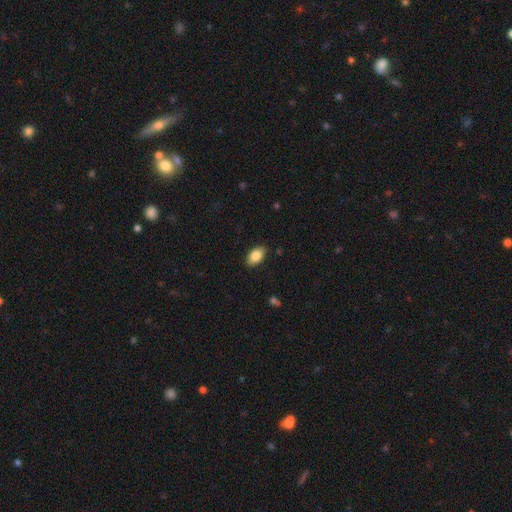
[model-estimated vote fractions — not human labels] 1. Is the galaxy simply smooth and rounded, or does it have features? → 85% smooth, 8% featured or disk, 7% star or artifact.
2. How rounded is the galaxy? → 93% in between, 5% round, 2% cigar-shaped.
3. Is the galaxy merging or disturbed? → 88% none, 9% minor disturbance, 2% major disturbance, 1% merger.